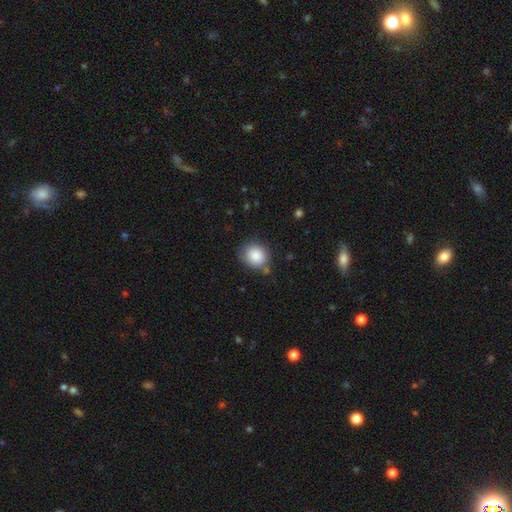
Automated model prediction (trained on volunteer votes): Q: Smooth or featured?
A: smooth (87%); runner-up: star or artifact (8%)
Q: How rounded?
A: round (80%); runner-up: in between (19%)
Q: Merging?
A: none (76%); runner-up: minor disturbance (16%)